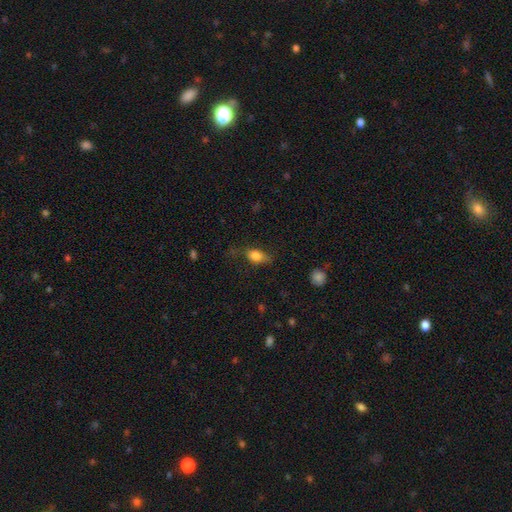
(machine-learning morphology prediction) Overall: smooth (77%). How rounded: in between (76%). Merging: none (58%; minor disturbance 27%).